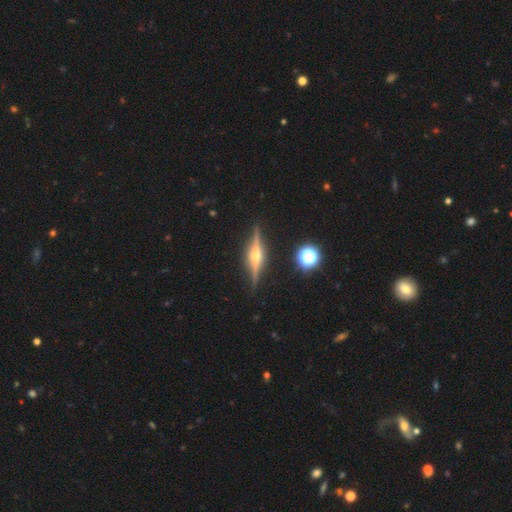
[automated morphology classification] featured or disk 82%, smooth 11%, star or artifact 7%. Down the decision tree: edge-on disk — yes (98%); edge-on bulge — rounded (89%); merging — none (89%).